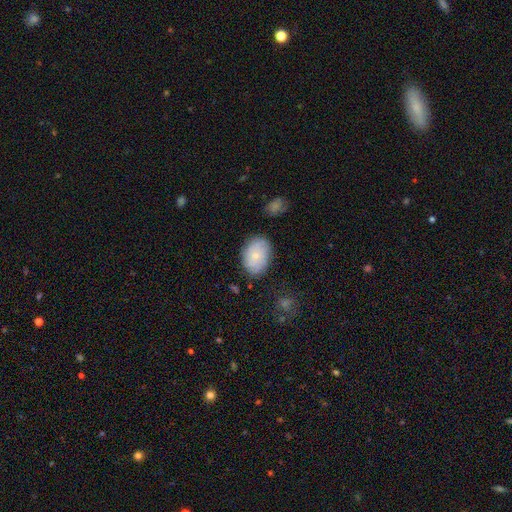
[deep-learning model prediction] Smooth or featured: smooth — 65% (featured or disk — 27%)
How rounded: in between — 81% (round — 18%)
Merging: none — 75% (minor disturbance — 18%)